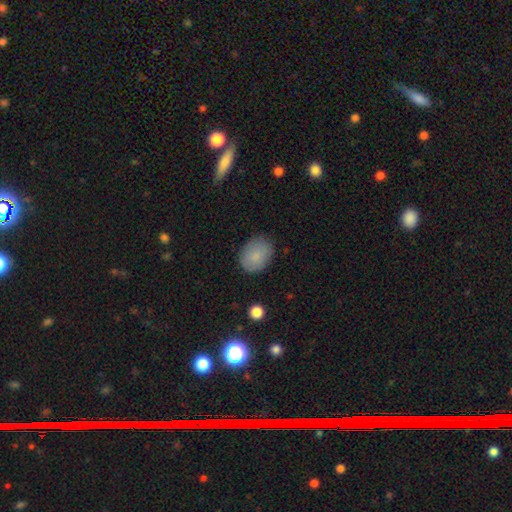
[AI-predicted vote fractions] Overall: smooth (83%). How rounded: in between (65%; round 34%). Merging: none (83%).